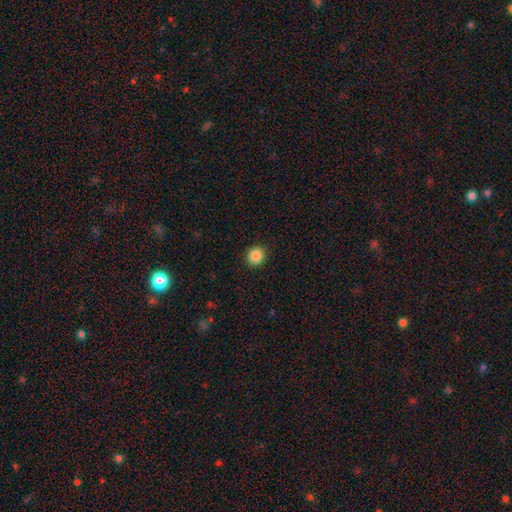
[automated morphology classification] smooth-or-featured: smooth: 87% | star or artifact: 10% | featured or disk: 3%
  how-rounded: round: 84% | in between: 15% | cigar-shaped: 1%
  merging: none: 92% | minor disturbance: 6% | major disturbance: 2% | merger: 1%